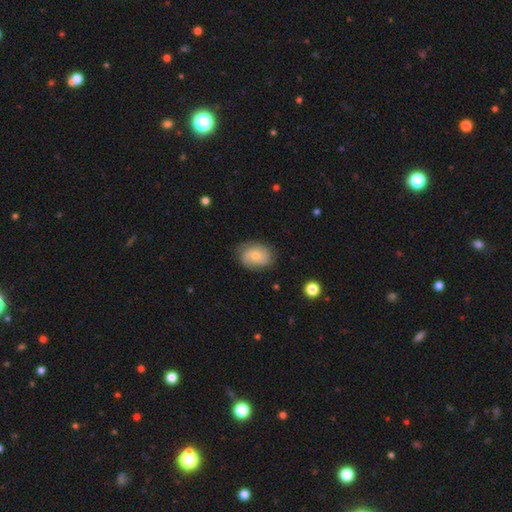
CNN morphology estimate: smooth_or_featured: featured or disk (p=0.50) [alt: smooth p=0.43]
merging: none (p=0.72) [alt: minor disturbance p=0.21]